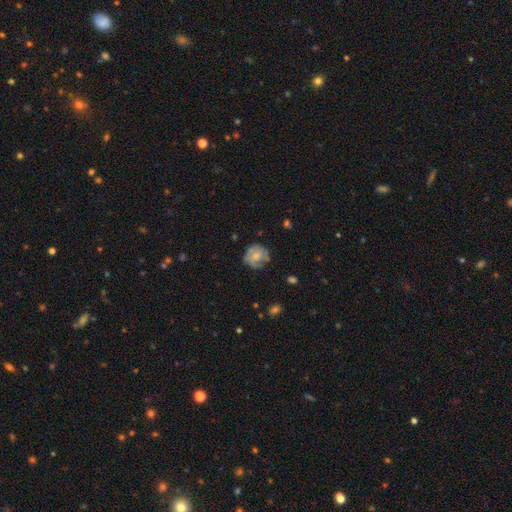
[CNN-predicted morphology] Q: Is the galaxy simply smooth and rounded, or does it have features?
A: smooth — 48%.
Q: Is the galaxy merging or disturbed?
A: none — 63%.